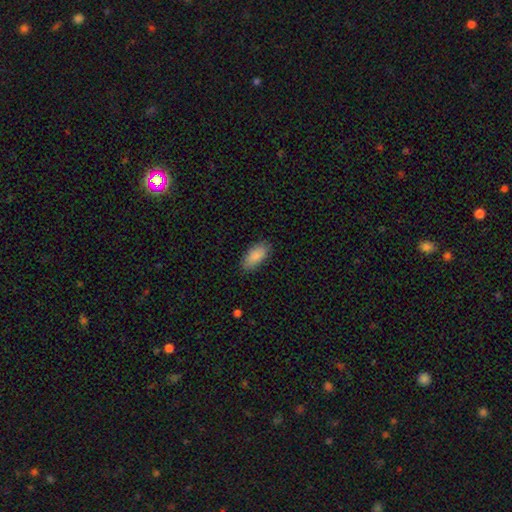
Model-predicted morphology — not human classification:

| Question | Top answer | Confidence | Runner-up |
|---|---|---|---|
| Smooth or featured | smooth | 87% | featured or disk (7%) |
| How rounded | in between | 90% | cigar-shaped (8%) |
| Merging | none | 83% | minor disturbance (14%) |